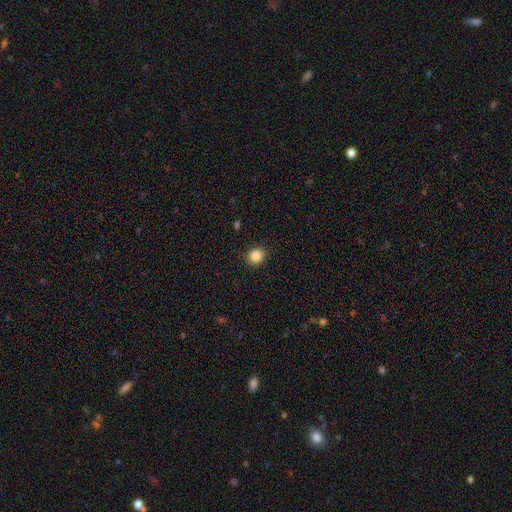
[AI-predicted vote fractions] Smooth or featured: smooth — 85% (star or artifact — 10%)
How rounded: round — 75% (in between — 24%)
Merging: none — 90% (minor disturbance — 7%)